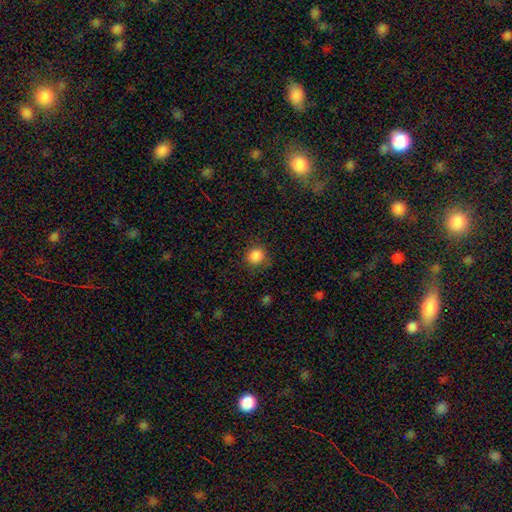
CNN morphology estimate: The model was most divided on "merging": none: 82%, minor disturbance: 12%, major disturbance: 4%, merger: 1%. More confident: how rounded — round (89%); smooth or featured — smooth (86%).